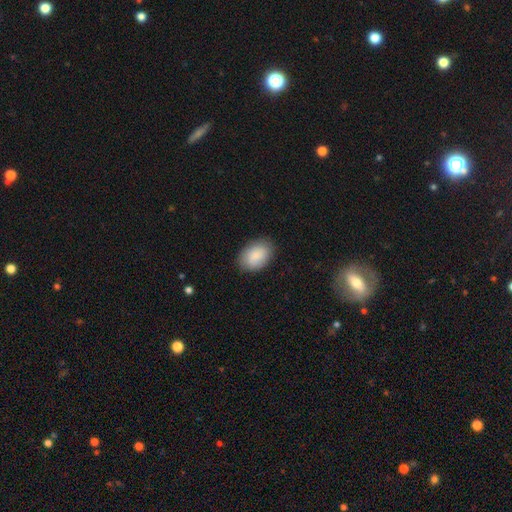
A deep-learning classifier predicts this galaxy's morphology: This appears to be a smooth galaxy with no disk features (89%) that is in between round and cigar-shaped (86%). Merging: none (84%).